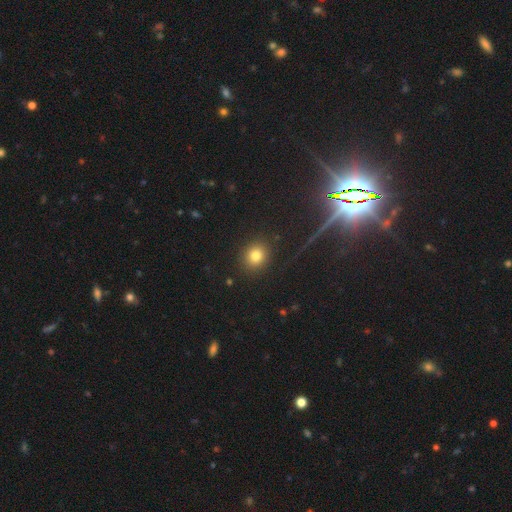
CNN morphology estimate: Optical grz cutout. It shows a smooth galaxy with no disk features (80%) that is round (76%). Merging: none (89%).